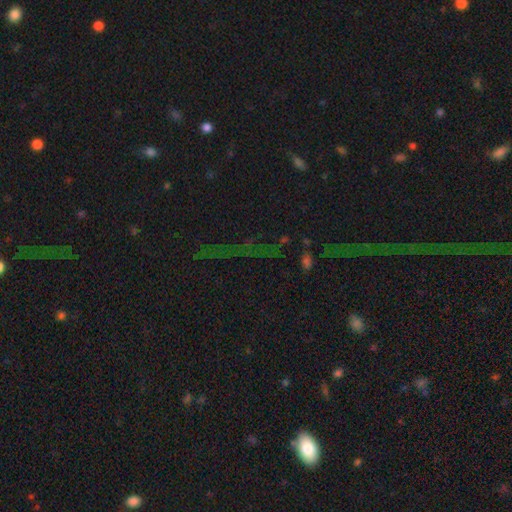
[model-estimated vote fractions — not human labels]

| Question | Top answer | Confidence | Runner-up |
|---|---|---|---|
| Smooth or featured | star or artifact | 72% | smooth (15%) |